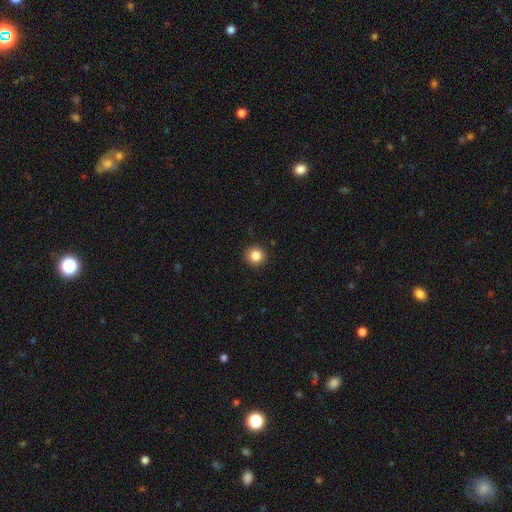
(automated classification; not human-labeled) Overall: smooth (85%). How rounded: round (95%). Merging: none (93%).